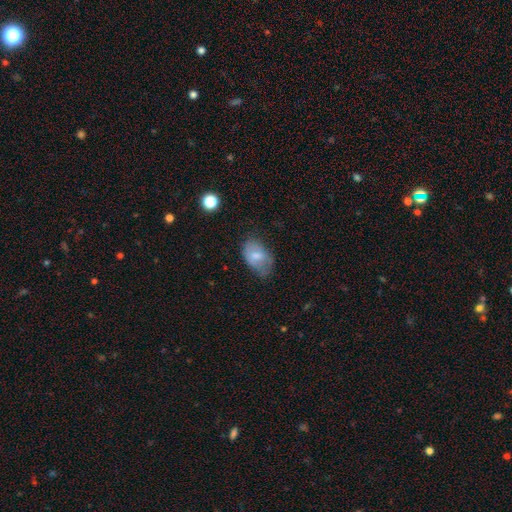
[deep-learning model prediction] Overall: smooth (69%). How rounded: in between (90%). Merging: none (52%; minor disturbance 34%).